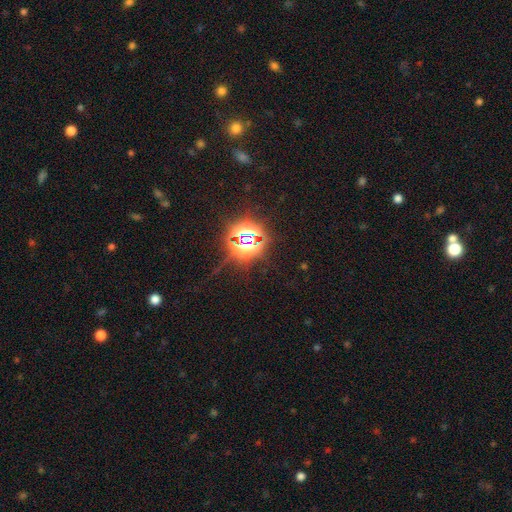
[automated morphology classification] A star or artifact, not a galaxy (81%).